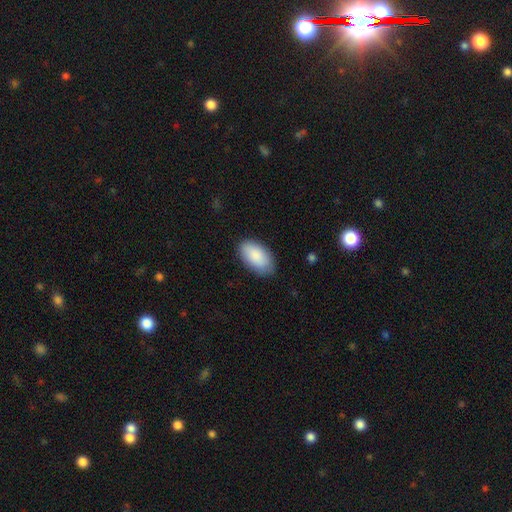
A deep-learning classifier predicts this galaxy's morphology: smooth-or-featured: smooth: 88% | featured or disk: 6% | star or artifact: 5%
  how-rounded: in between: 95% | round: 3% | cigar-shaped: 2%
  merging: none: 84% | minor disturbance: 13% | major disturbance: 3% | merger: 1%